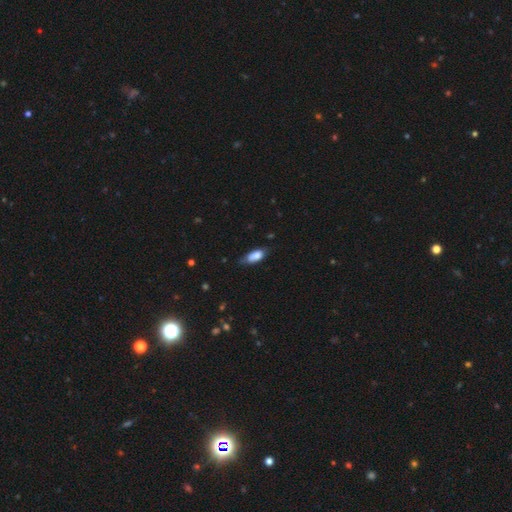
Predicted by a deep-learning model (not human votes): Smooth or featured: smooth — 79% (featured or disk — 14%)
How rounded: in between — 80% (cigar-shaped — 17%)
Merging: none — 58% (minor disturbance — 32%)